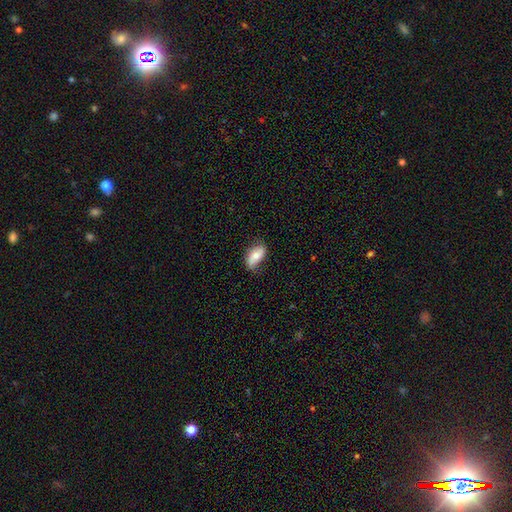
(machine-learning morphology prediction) Smooth or featured?
  - smooth: 61% *
  - featured or disk: 32%
  - star or artifact: 7%
How rounded?
  - in between: 91% *
  - cigar-shaped: 5%
  - round: 4%
Merging?
  - none: 66% *
  - minor disturbance: 27%
  - major disturbance: 6%
  - merger: 2%